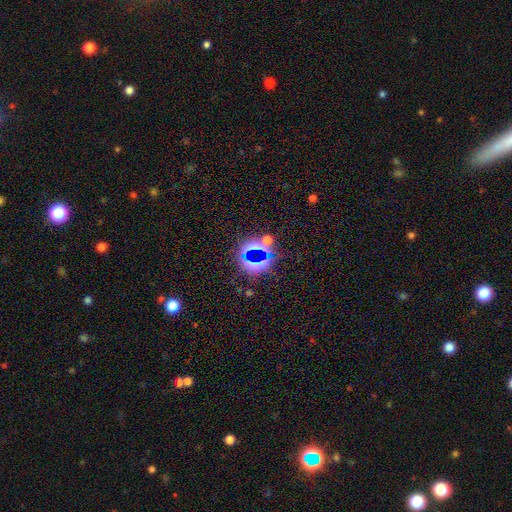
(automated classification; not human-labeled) Smooth or featured? Predicted: star or artifact (p=0.75).